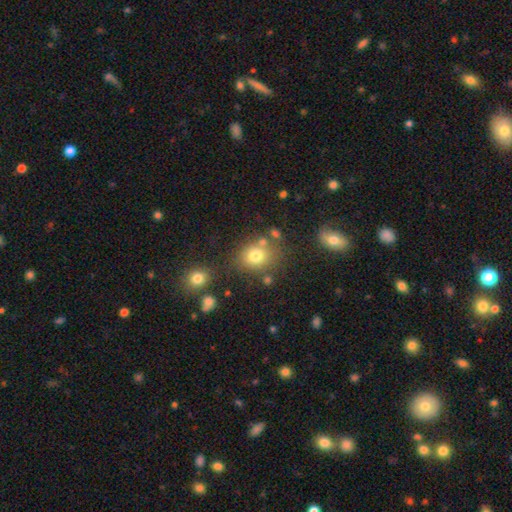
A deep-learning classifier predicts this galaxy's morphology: Smooth or featured?
  - smooth: 75% *
  - star or artifact: 14%
  - featured or disk: 11%
How rounded?
  - round: 68% *
  - in between: 31%
  - cigar-shaped: 1%
Merging?
  - none: 70% *
  - minor disturbance: 13%
  - merger: 11%
  - major disturbance: 6%